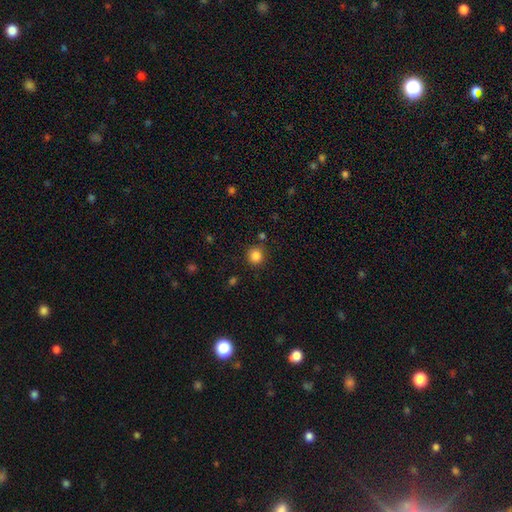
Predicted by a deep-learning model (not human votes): The model was most divided on "smooth or featured": smooth: 85%, star or artifact: 11%, featured or disk: 4%. More confident: how rounded — round (91%); merging — none (85%).